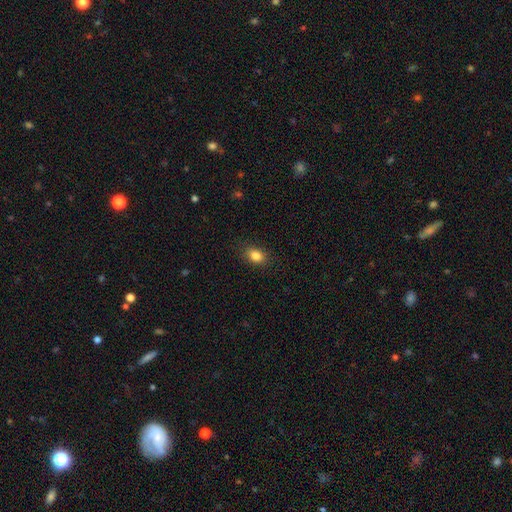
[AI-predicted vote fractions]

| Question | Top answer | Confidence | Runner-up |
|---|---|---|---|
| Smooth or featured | smooth | 84% | star or artifact (10%) |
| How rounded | in between | 73% | round (26%) |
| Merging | none | 86% | minor disturbance (10%) |